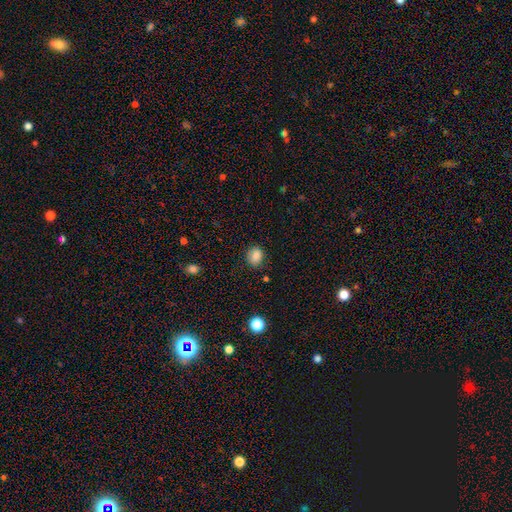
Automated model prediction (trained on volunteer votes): Smooth or featured: smooth — 83% (star or artifact — 11%)
How rounded: round — 59% (in between — 40%)
Merging: none — 82% (minor disturbance — 14%)